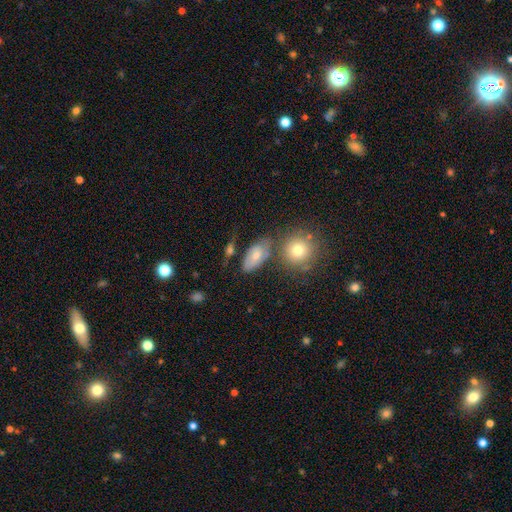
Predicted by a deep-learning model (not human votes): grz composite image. It shows a smooth galaxy with no disk features (62%) that is in between round and cigar-shaped (85%). Merging: none (56%).